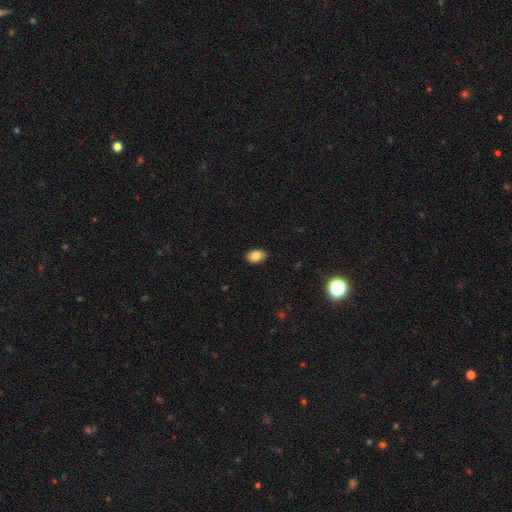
Smooth or featured? 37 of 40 (92%) said smooth. How rounded? 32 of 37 (86%) said in between. Merging? 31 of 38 (82%) said none.